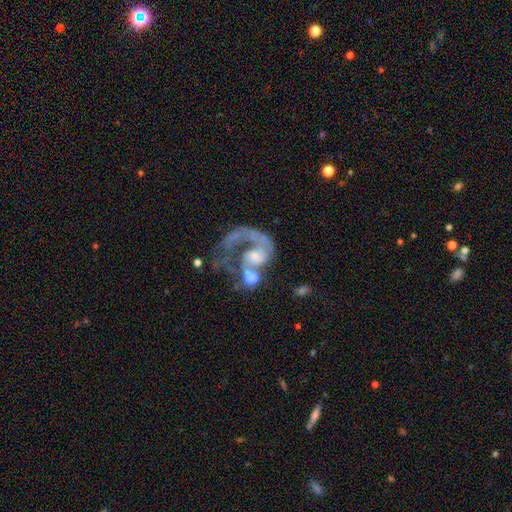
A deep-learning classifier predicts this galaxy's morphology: featured or disk 76%, smooth 16%, star or artifact 8%. Down the decision tree: edge-on disk — no (98%); bar — no (67%); spiral arms — yes (80%); spiral arm count — 1 (69%); spiral winding — loose (51%); bulge size — moderate (39%); merging — merger (48%).